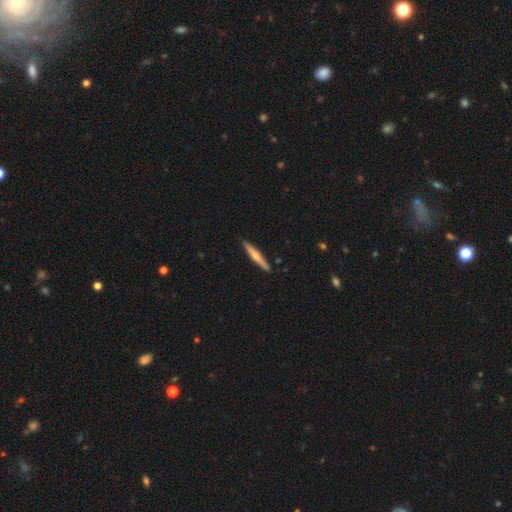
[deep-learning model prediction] Overall: featured or disk (51%; smooth 44%). Edge-on disk: yes (97%). Merging: none (91%).